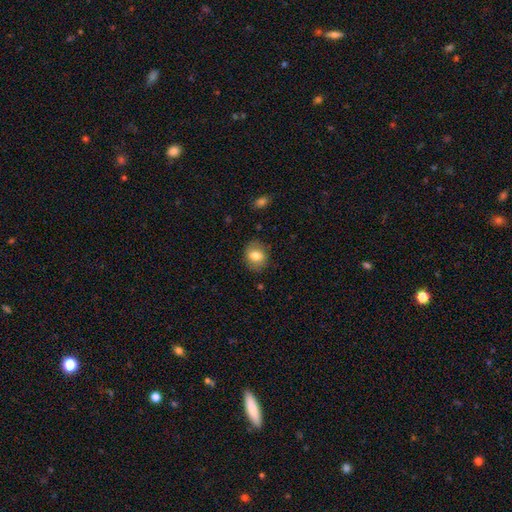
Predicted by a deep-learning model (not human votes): Smooth or featured: smooth — 76% (featured or disk — 15%)
How rounded: round — 56% (in between — 43%)
Merging: none — 82% (minor disturbance — 13%)